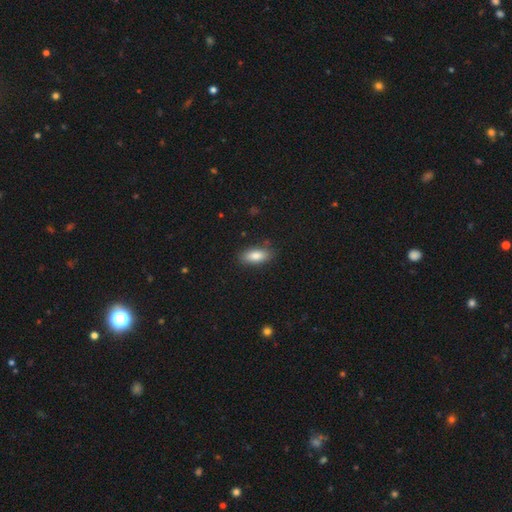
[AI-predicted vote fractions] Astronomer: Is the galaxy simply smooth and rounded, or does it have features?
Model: smooth — 84%.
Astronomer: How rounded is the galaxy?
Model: in between — 83%.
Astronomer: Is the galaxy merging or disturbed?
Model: none — 84%.